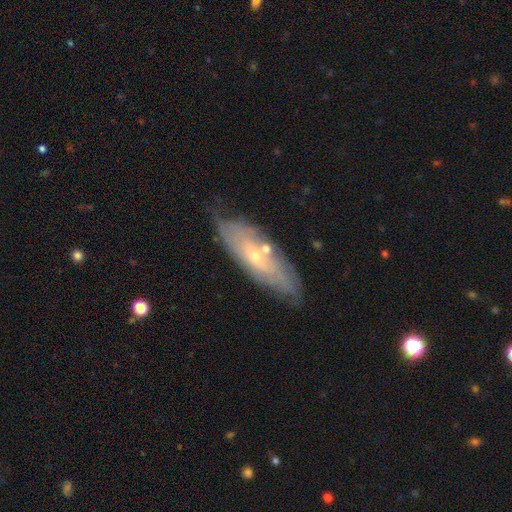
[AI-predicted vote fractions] This appears to be a featured or disk galaxy (60%). Merging: none (62%).